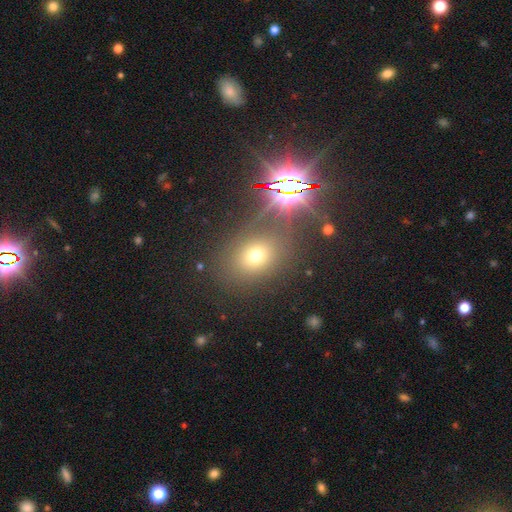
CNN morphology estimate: This is likely a smooth galaxy (61%). How rounded: possibly in between (52%). Merging: likely none (79%).